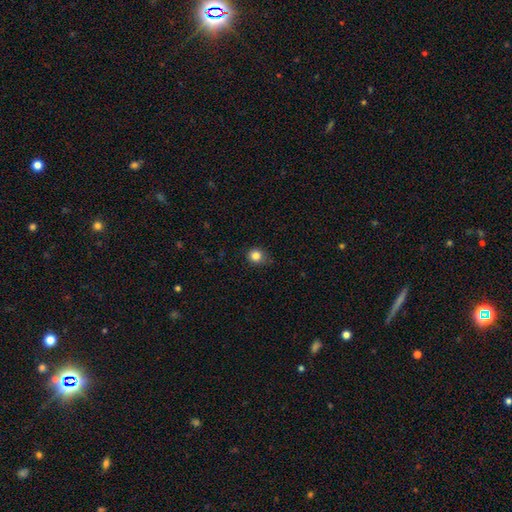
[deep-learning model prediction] A smooth galaxy with no disk features (84%) that is round (85%).

Vote fractions:
- Smooth or featured? smooth: 84% / star or artifact: 12% / featured or disk: 5%
- How rounded? round: 85% / in between: 14% / cigar-shaped: 1%
- Merging? none: 78% / minor disturbance: 17% / major disturbance: 3% / merger: 1%